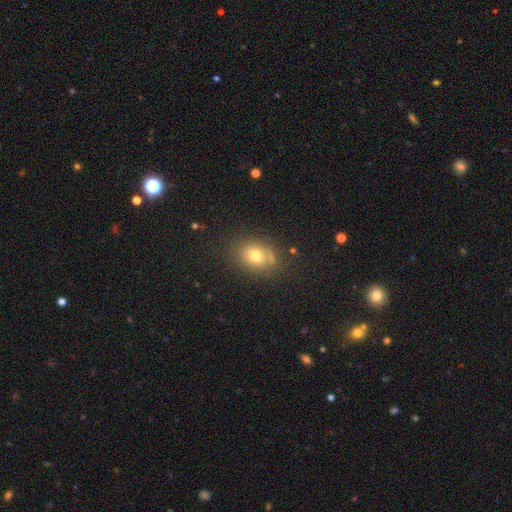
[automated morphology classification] Overall: smooth (70%). How rounded: in between (55%; round 43%). Merging: none (72%).